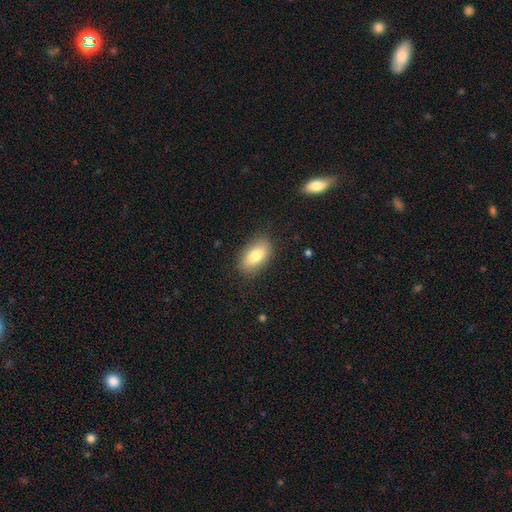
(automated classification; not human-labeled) smooth_or_featured: smooth (p=0.80) [alt: featured or disk p=0.13]
how_rounded: in between (p=0.91) [alt: round p=0.05]
merging: none (p=0.85) [alt: minor disturbance p=0.11]